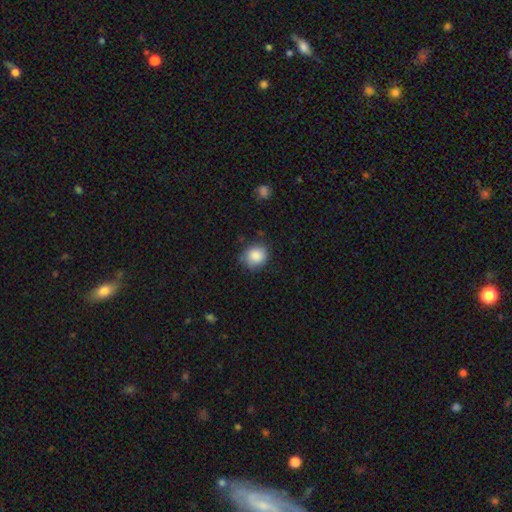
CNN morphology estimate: Q: Smooth or featured?
A: smooth (88%); runner-up: star or artifact (8%)
Q: How rounded?
A: round (79%); runner-up: in between (20%)
Q: Merging?
A: none (78%); runner-up: minor disturbance (16%)